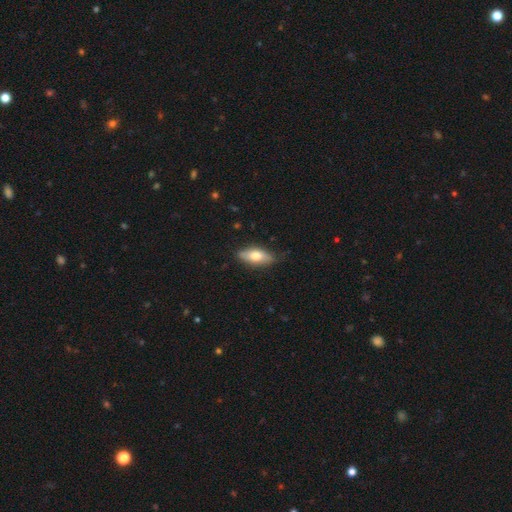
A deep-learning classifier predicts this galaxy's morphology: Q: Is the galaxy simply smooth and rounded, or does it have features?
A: smooth — 68%.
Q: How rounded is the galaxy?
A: in between — 80%.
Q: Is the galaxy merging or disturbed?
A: none — 77%.